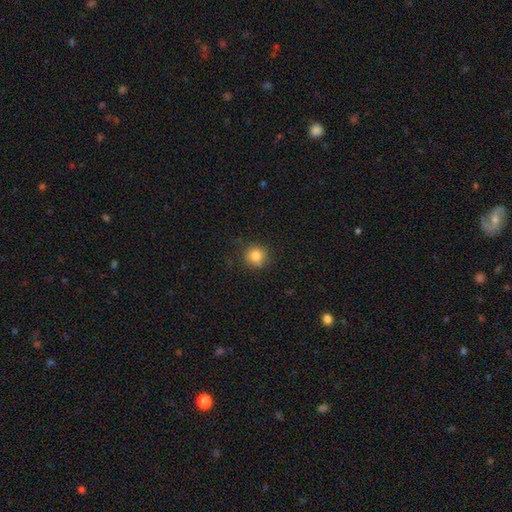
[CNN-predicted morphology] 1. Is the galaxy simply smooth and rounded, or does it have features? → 81% smooth, 12% star or artifact, 7% featured or disk.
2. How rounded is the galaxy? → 90% round, 9% in between, 1% cigar-shaped.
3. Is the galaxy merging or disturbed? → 83% none, 13% minor disturbance, 3% major disturbance, 2% merger.